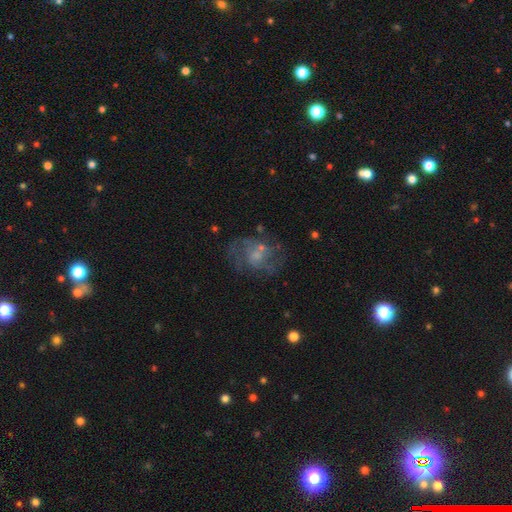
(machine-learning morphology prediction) A featured or disk galaxy (60%) with no bar (70%), spiral arms (61%) and a small central bulge (47%). Merging: none (58%).